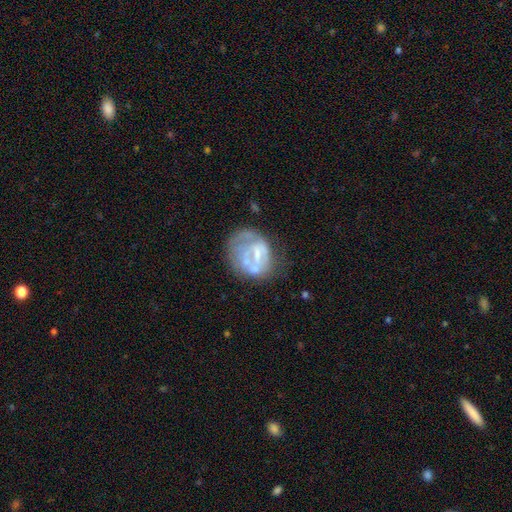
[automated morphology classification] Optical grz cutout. It shows a featured or disk galaxy (62%) with no bar (61%), no spiral arms (73%) and no central bulge (47%). Merging: none (39%).